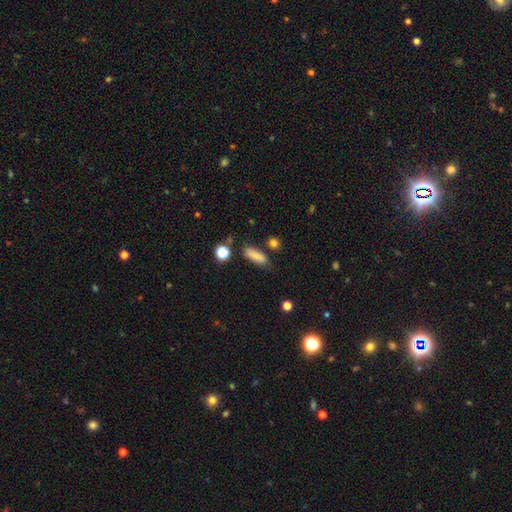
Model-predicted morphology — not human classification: A smooth galaxy with no disk features (85%) that is in between round and cigar-shaped (53%). Merging: none (77%).